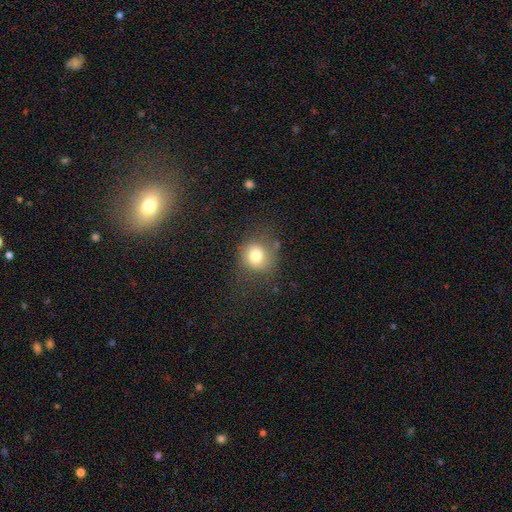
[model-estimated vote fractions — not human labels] Smooth or featured? smooth (76%)
How rounded? round (83%)
Merging? none (69%)